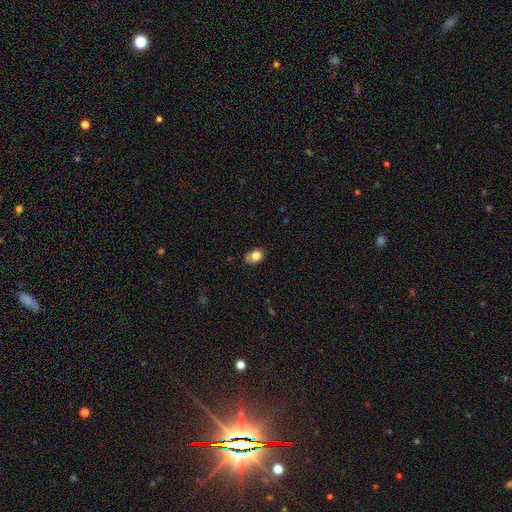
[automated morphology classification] type=smooth (80%); roundness=in between (58%); merging=none (59%).